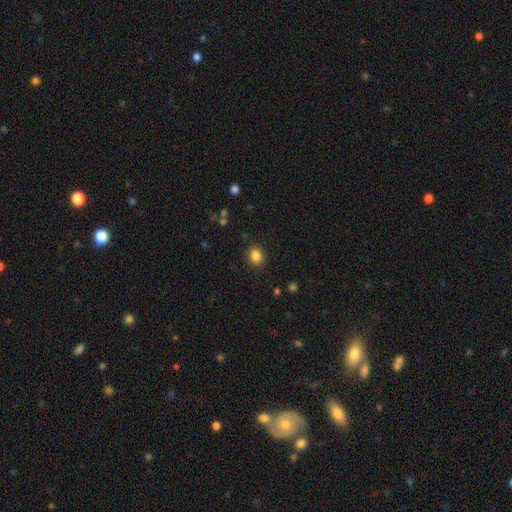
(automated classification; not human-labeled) Smooth or featured?
  - smooth: 85% *
  - star or artifact: 10%
  - featured or disk: 4%
How rounded?
  - round: 59% *
  - in between: 40%
  - cigar-shaped: 1%
Merging?
  - none: 88% *
  - minor disturbance: 8%
  - major disturbance: 3%
  - merger: 1%